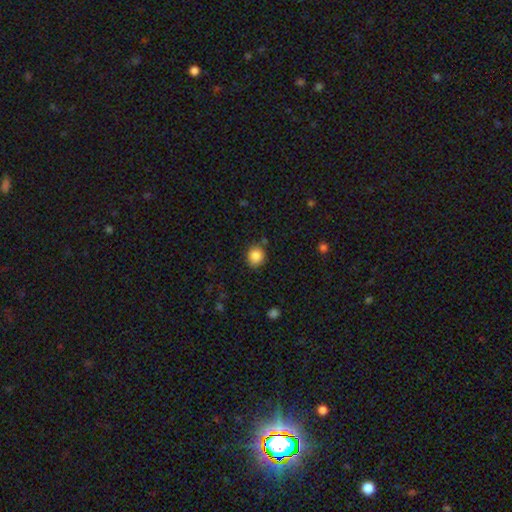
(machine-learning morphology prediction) smooth 85%, star or artifact 9%, featured or disk 5%. Down the decision tree: how rounded — round (82%); merging — none (81%).